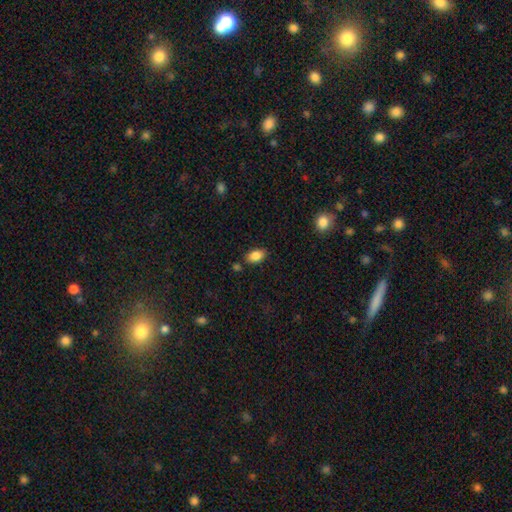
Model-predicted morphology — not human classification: A smooth galaxy with no disk features (86%) that is in between round and cigar-shaped (89%). Merging: none (81%).